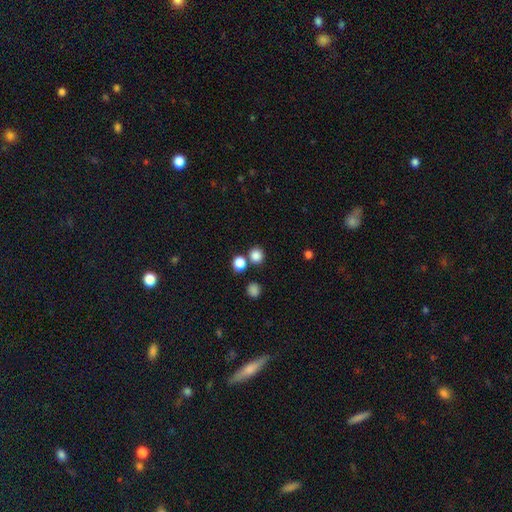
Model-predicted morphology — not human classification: type=smooth (83%); roundness=round (90%); merging=none (72%).